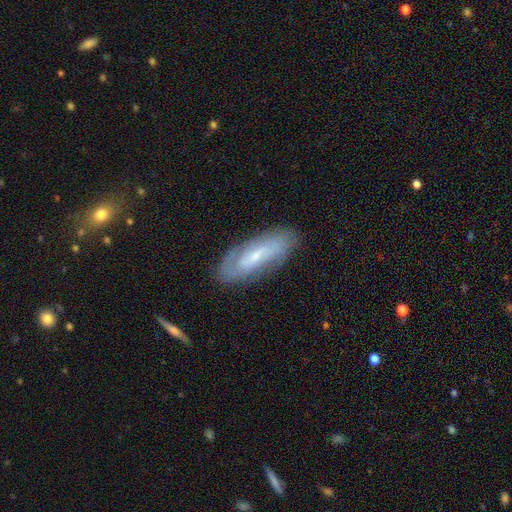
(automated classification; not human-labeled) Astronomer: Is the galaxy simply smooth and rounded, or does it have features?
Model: featured or disk — 61%.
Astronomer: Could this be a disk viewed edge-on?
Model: no — 81%.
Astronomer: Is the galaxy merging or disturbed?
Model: none — 81%.